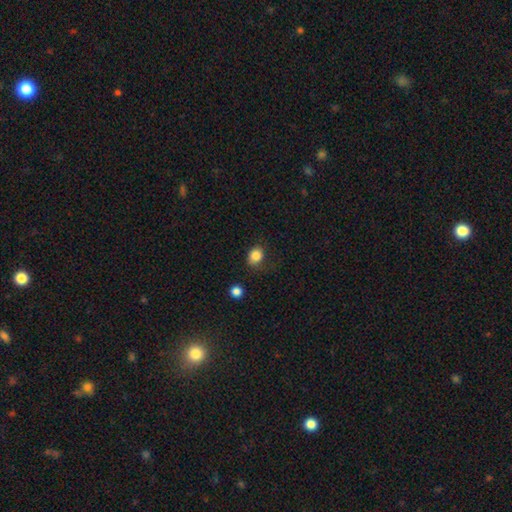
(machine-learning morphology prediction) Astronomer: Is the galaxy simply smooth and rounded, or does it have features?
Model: smooth — 85%.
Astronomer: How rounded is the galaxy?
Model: round — 53% (runner-up: in between, 47%).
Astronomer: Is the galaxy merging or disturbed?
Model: none — 75%.